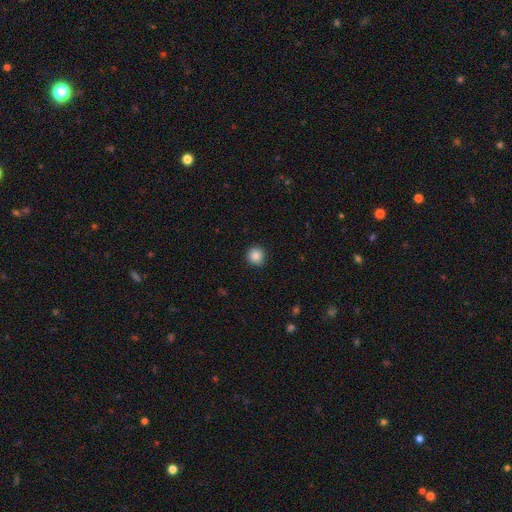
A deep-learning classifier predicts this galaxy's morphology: Smooth or featured? smooth (87%)
How rounded? round (94%)
Merging? none (91%)